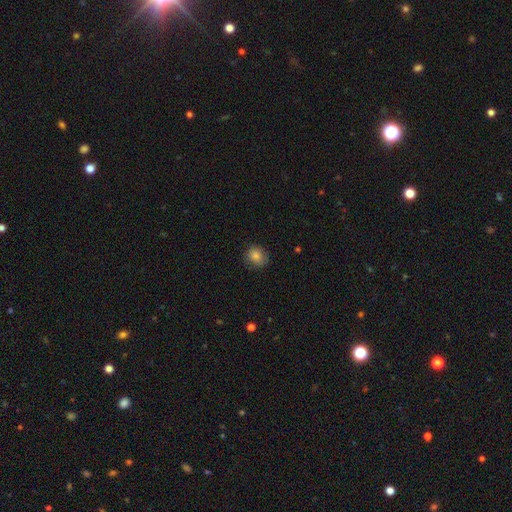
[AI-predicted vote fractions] smooth 83%, star or artifact 10%, featured or disk 7%. Down the decision tree: how rounded — round (68%); merging — none (78%).